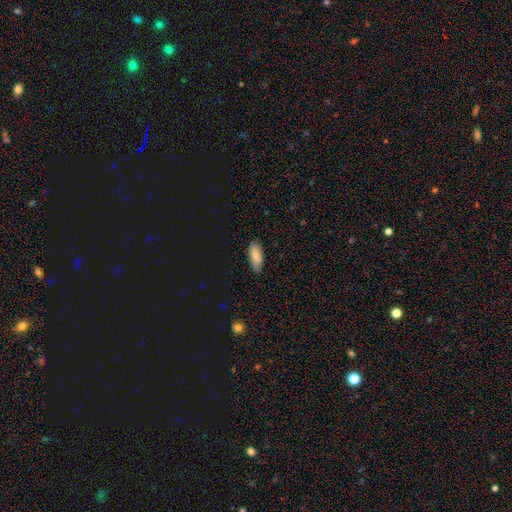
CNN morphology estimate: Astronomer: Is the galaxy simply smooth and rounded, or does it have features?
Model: smooth — 83%.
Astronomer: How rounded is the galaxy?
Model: in between — 81%.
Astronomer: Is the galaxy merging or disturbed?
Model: none — 81%.